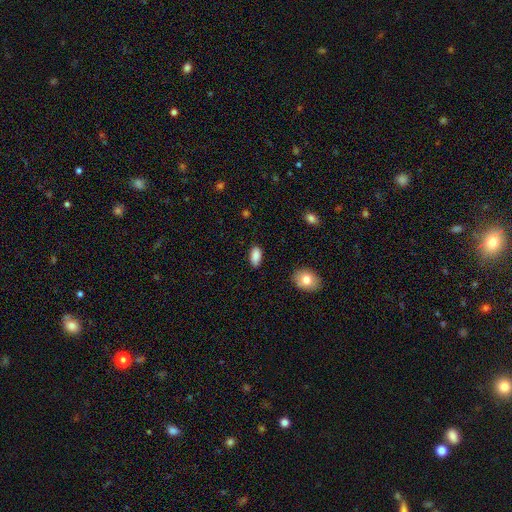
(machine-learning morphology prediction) Smooth or featured? Predicted: smooth (p=0.88). How rounded? Predicted: in between (p=0.93). Merging? Predicted: none (p=0.83).